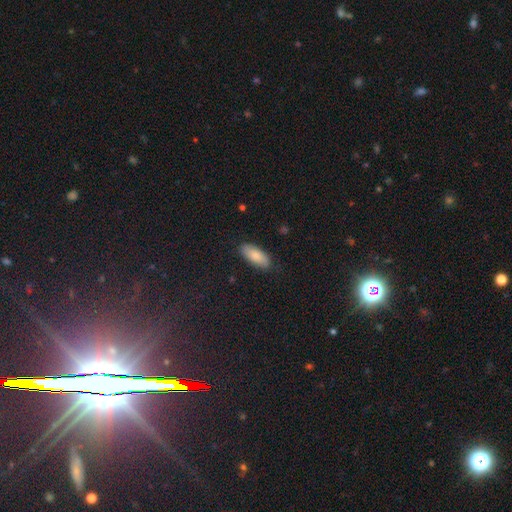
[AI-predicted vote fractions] Smooth or featured? Predicted: smooth (p=0.83). How rounded? Predicted: in between (p=0.82). Merging? Predicted: none (p=0.84).